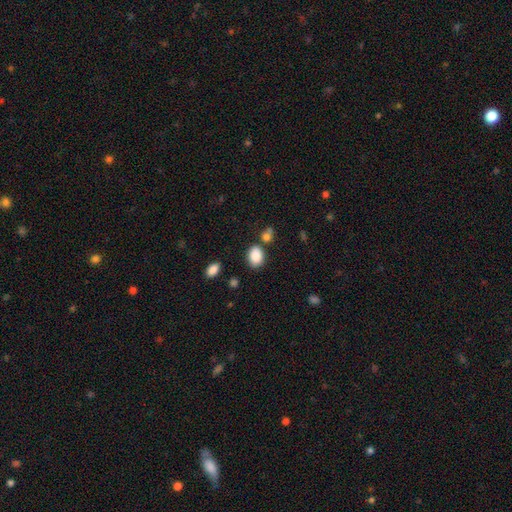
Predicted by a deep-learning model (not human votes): Q: Smooth or featured?
A: smooth (87%); runner-up: star or artifact (8%)
Q: How rounded?
A: in between (73%); runner-up: round (26%)
Q: Merging?
A: none (69%); runner-up: minor disturbance (16%)